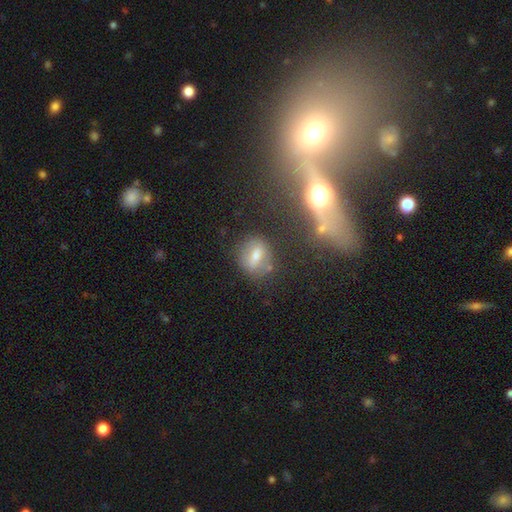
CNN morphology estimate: smooth_or_featured: smooth (p=0.59) [alt: featured or disk p=0.28]
how_rounded: in between (p=0.48) [alt: round p=0.45]
merging: none (p=0.74) [alt: minor disturbance p=0.13]